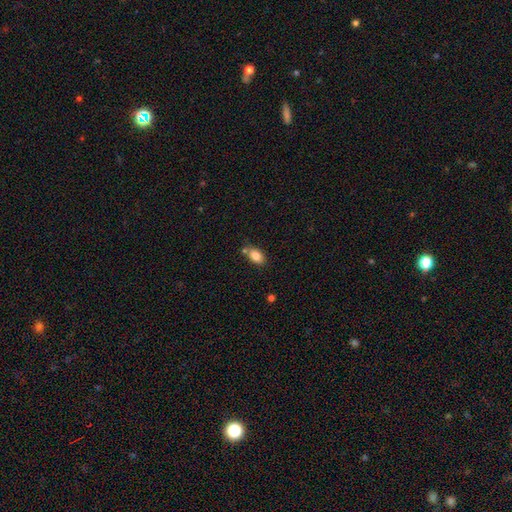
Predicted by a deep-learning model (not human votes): Overall: smooth (84%). How rounded: in between (87%). Merging: none (64%).